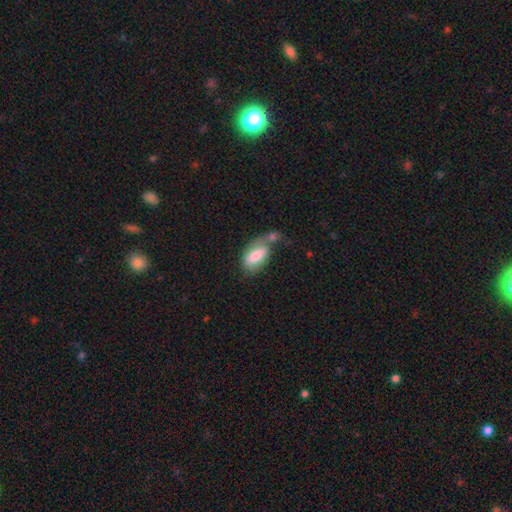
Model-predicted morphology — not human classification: type=smooth (74%); roundness=in between (91%); merging=merger (38%).